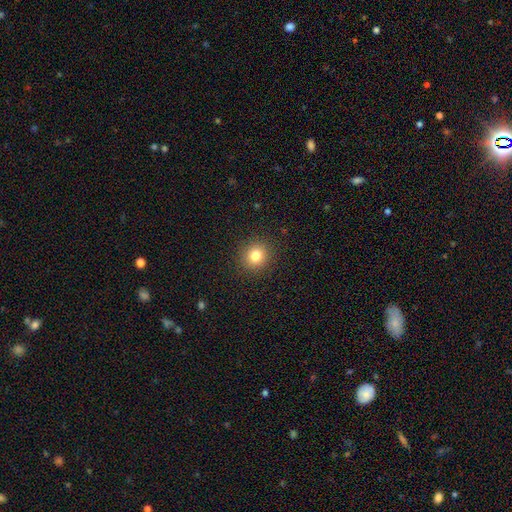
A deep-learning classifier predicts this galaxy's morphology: The model was most divided on "smooth or featured": smooth: 81%, star or artifact: 12%, featured or disk: 7%. More confident: merging — none (91%); how rounded — round (87%).